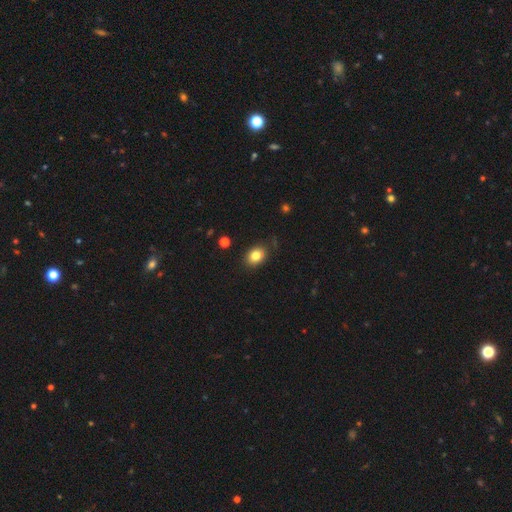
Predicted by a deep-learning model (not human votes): Morphology: type=smooth (83%); roundness=in between (63%); merging=none (84%).